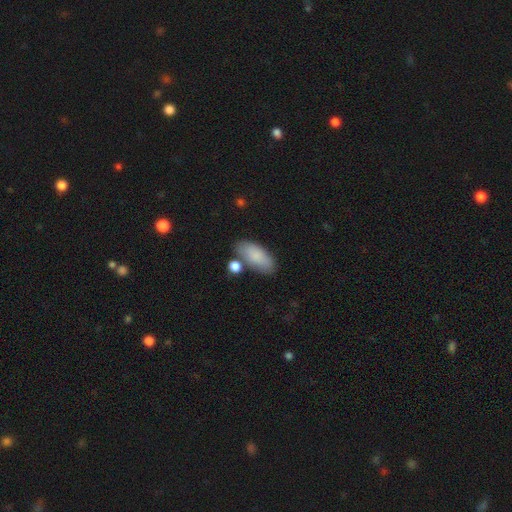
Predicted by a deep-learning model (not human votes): A smooth galaxy with no disk features (84%) that is in between round and cigar-shaped (89%).

Vote fractions:
- Smooth or featured? smooth: 84% / featured or disk: 10% / star or artifact: 6%
- How rounded? in between: 89% / cigar-shaped: 8% / round: 3%
- Merging? none: 69% / minor disturbance: 15% / merger: 12% / major disturbance: 4%